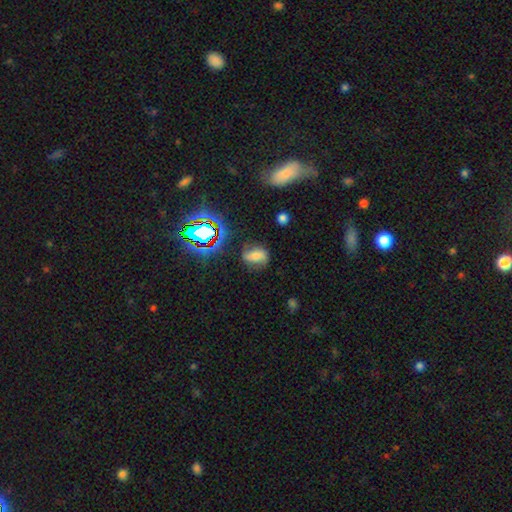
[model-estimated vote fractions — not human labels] A smooth galaxy with no disk features (53%) that is in between round and cigar-shaped (70%). Merging: none (62%).